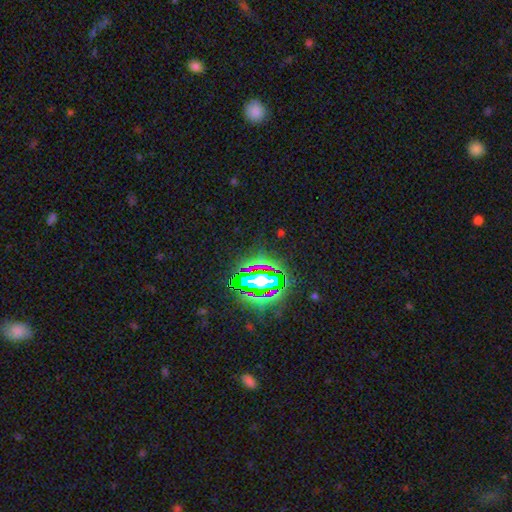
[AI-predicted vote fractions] This is likely a star or artifact rather than a galaxy (78%).